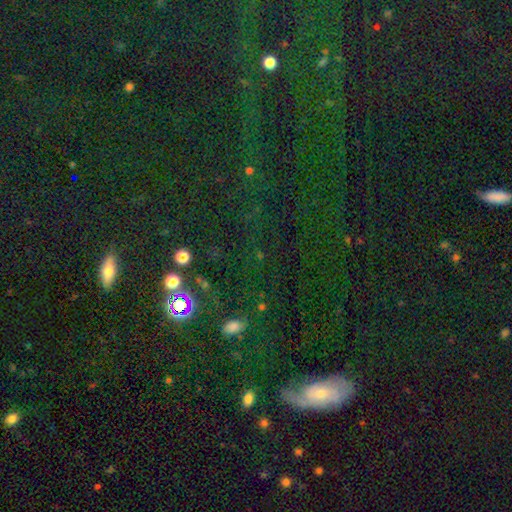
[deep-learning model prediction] This is likely a star or artifact rather than a galaxy (60%).